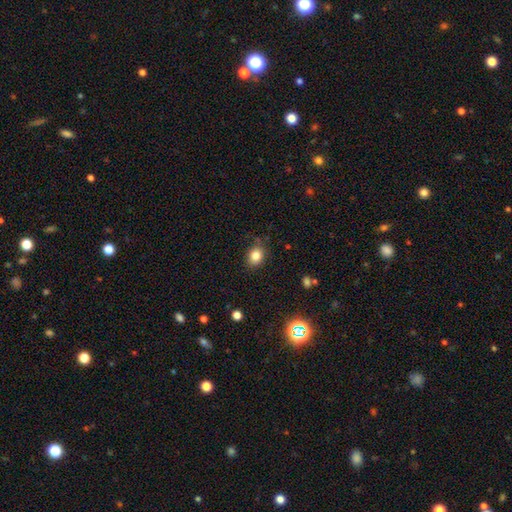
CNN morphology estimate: smooth_or_featured: smooth (p=0.83) [alt: star or artifact p=0.11]
how_rounded: in between (p=0.52) [alt: round p=0.47]
merging: none (p=0.82) [alt: minor disturbance p=0.13]